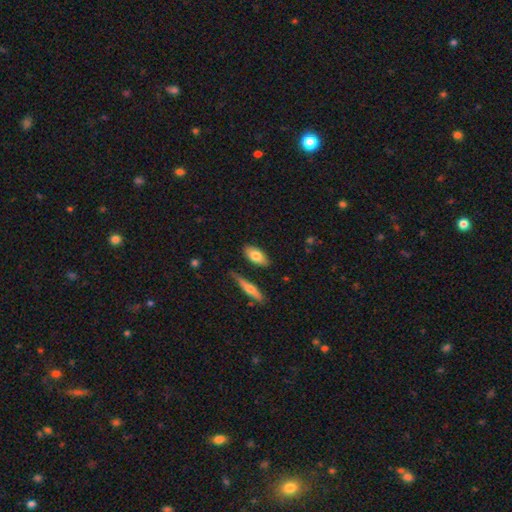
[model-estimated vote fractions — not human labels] Q: Smooth or featured?
A: smooth (76%); runner-up: featured or disk (18%)
Q: How rounded?
A: in between (85%); runner-up: cigar-shaped (11%)
Q: Merging?
A: none (78%); runner-up: minor disturbance (14%)